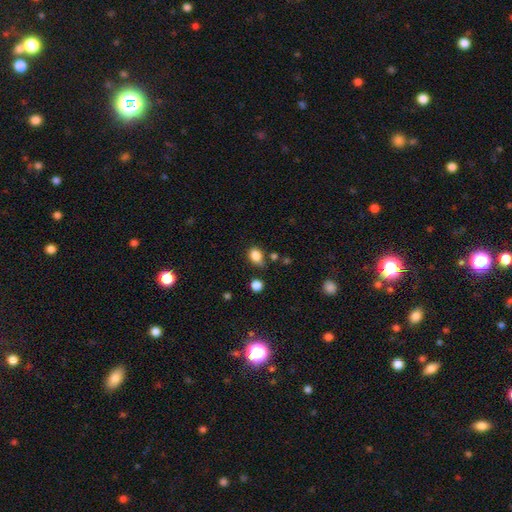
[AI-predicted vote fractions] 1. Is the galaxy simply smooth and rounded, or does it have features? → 84% smooth, 10% star or artifact, 5% featured or disk.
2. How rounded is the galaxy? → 64% in between, 35% round, 1% cigar-shaped.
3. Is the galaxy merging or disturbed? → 59% none, 27% minor disturbance, 7% major disturbance, 6% merger.